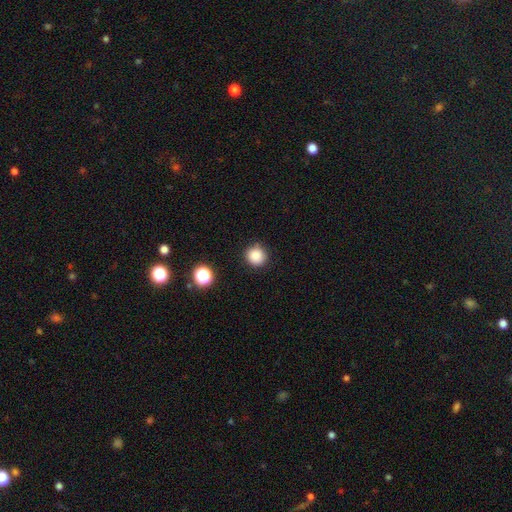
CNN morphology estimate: smooth_or_featured: smooth (p=0.85) [alt: star or artifact p=0.11]
how_rounded: round (p=0.93) [alt: in between p=0.06]
merging: none (p=0.87) [alt: minor disturbance p=0.09]